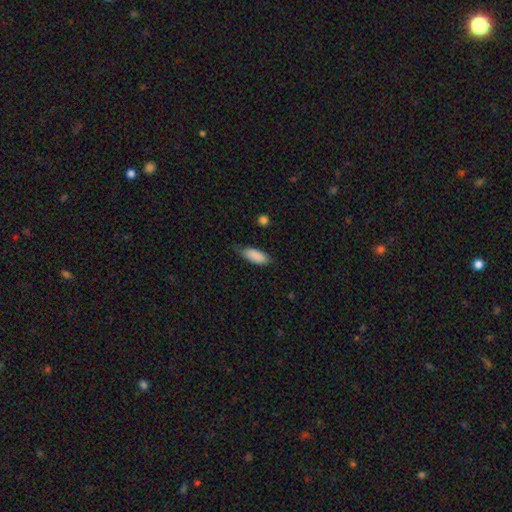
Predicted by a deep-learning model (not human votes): The model was most divided on "merging": none: 65%, minor disturbance: 28%, major disturbance: 5%, merger: 2%. More confident: smooth or featured — smooth (88%); how rounded — in between (81%).